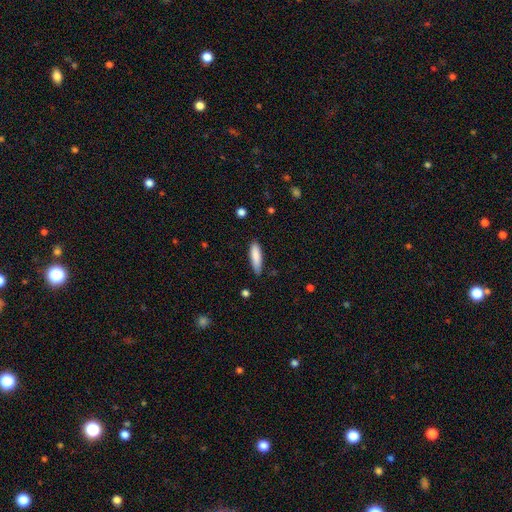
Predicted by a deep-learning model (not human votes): A smooth galaxy with no disk features (85%) that is cigar-shaped (63%). Merging: none (77%).